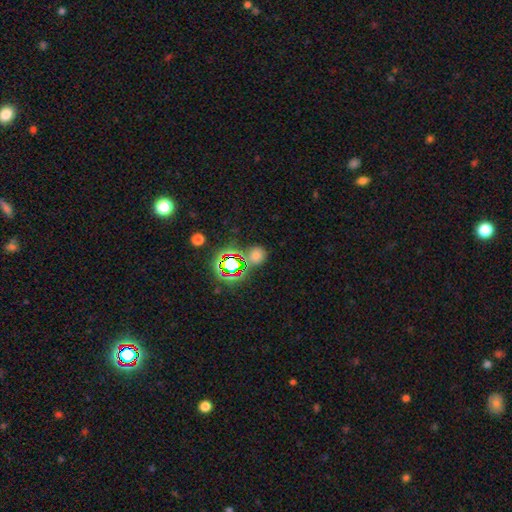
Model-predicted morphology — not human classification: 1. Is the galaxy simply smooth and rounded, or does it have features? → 59% smooth, 34% star or artifact, 7% featured or disk.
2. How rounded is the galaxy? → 76% round, 22% in between, 1% cigar-shaped.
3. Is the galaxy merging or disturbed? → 70% none, 13% minor disturbance, 11% merger, 6% major disturbance.